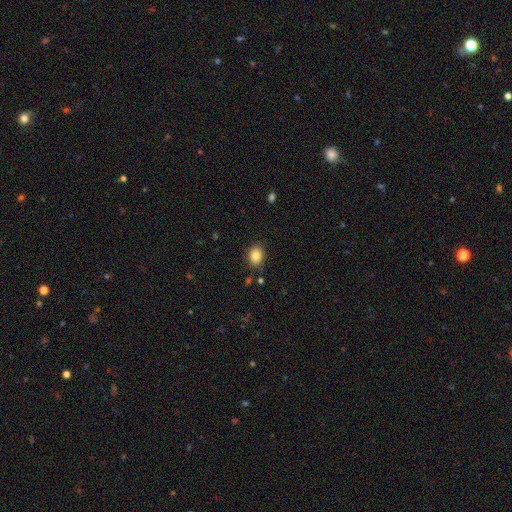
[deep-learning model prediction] smooth_or_featured: smooth (p=0.84) [alt: star or artifact p=0.09]
how_rounded: in between (p=0.56) [alt: round p=0.43]
merging: none (p=0.84) [alt: minor disturbance p=0.11]